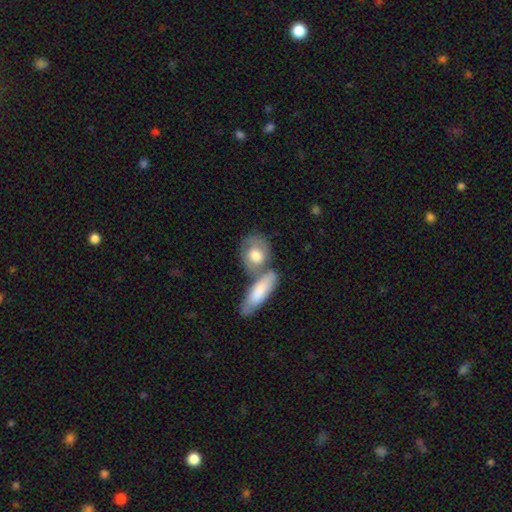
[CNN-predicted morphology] This is likely a smooth galaxy (61%). How rounded: possibly in between (55%). Merging: marginally none (44%).